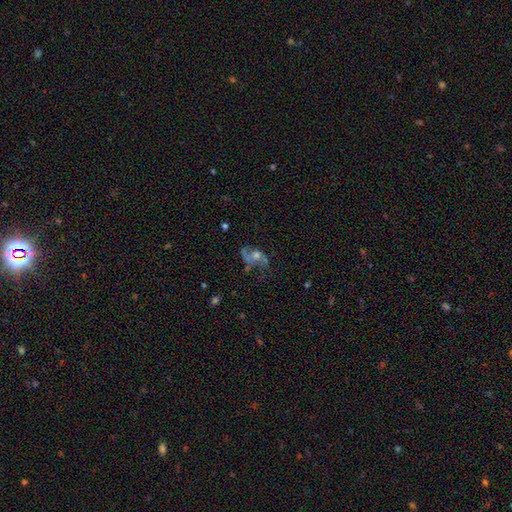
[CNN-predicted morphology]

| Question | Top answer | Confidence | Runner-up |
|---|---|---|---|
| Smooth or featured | featured or disk | 60% | smooth (21%) |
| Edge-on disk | no | 95% | yes (5%) |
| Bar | no | 78% | weak (18%) |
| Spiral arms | yes | 62% | no (38%) |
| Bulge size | moderate | 51% | small (22%) |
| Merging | none | 46% | major disturbance (28%) |